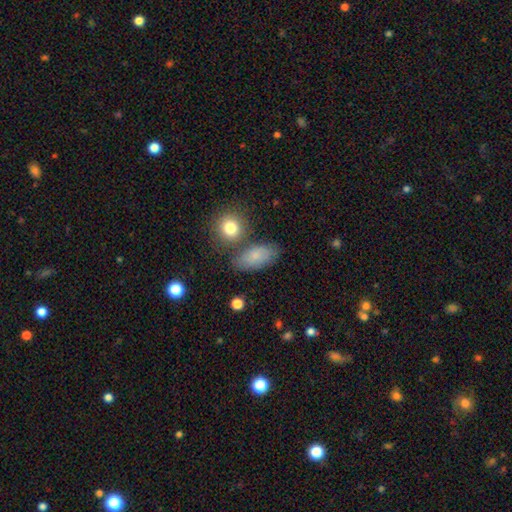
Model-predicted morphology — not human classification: The model was most divided on "merging": none: 68%, minor disturbance: 17%, merger: 10%, major disturbance: 5%. More confident: how rounded — in between (86%); smooth or featured — smooth (77%).